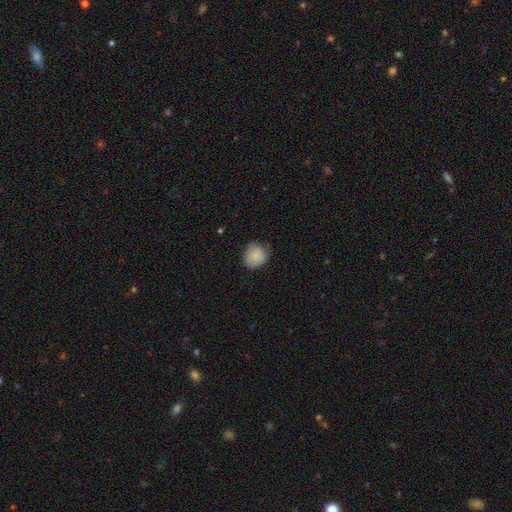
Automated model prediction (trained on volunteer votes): smooth-or-featured: smooth: 81% | featured or disk: 11% | star or artifact: 8%
  how-rounded: round: 75% | in between: 24% | cigar-shaped: 1%
  merging: none: 65% | minor disturbance: 28% | major disturbance: 6% | merger: 1%